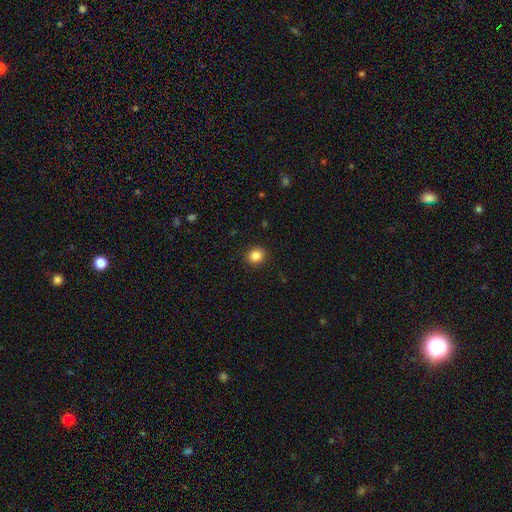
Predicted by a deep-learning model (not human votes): Q: Smooth or featured?
A: smooth (85%); runner-up: star or artifact (11%)
Q: How rounded?
A: round (81%); runner-up: in between (18%)
Q: Merging?
A: none (92%); runner-up: minor disturbance (6%)